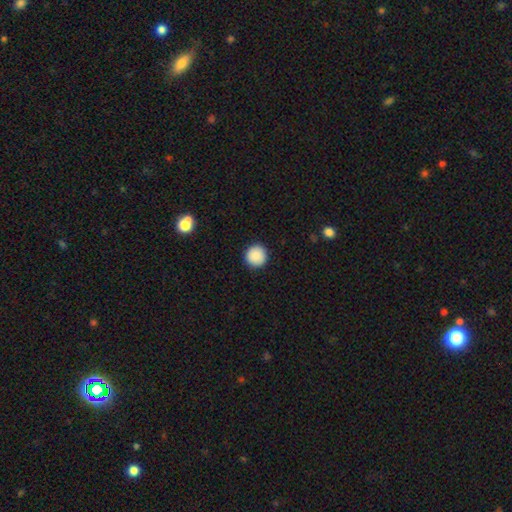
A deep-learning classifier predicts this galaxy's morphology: The model was most divided on "smooth or featured": smooth: 89%, star or artifact: 8%, featured or disk: 3%. More confident: how rounded — round (96%); merging — none (92%).